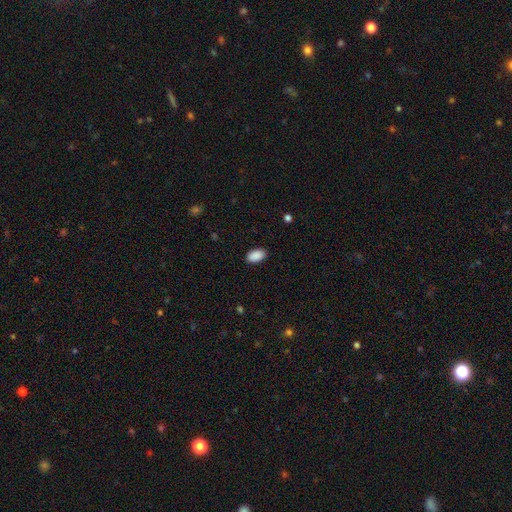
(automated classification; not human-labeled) This is clearly a smooth galaxy (90%). How rounded: clearly in between (93%). Merging: clearly none (89%).